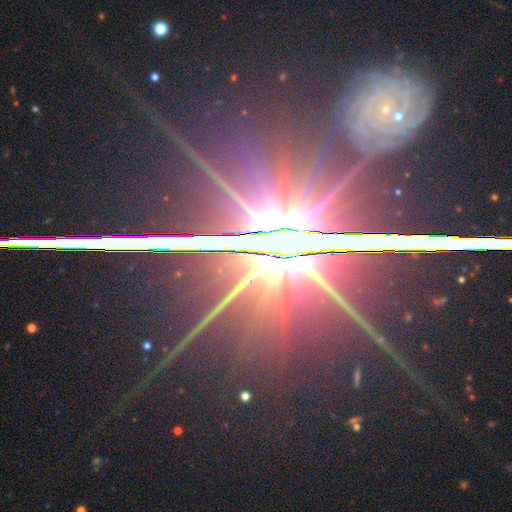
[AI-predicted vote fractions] Smooth or featured: star or artifact — 74% (featured or disk — 19%)